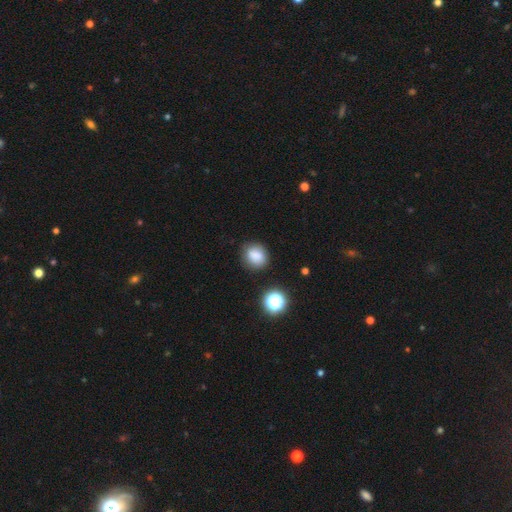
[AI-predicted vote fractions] This appears to be a smooth galaxy with no disk features (83%) that is round (73%). Merging: none (81%).